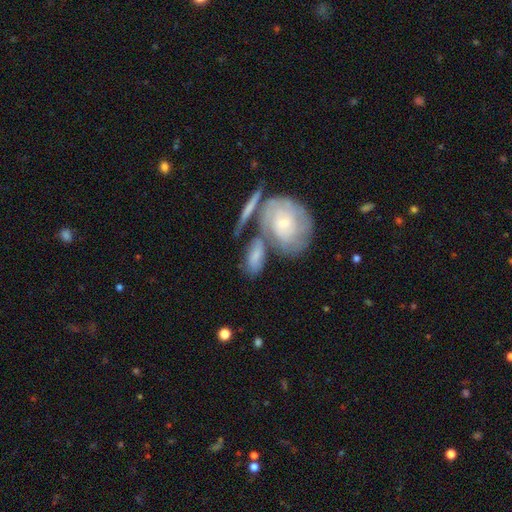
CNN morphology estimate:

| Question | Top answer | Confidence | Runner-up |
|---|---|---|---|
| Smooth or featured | smooth | 54% | featured or disk (39%) |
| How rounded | in between | 80% | cigar-shaped (11%) |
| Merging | none | 41% | merger (33%) |